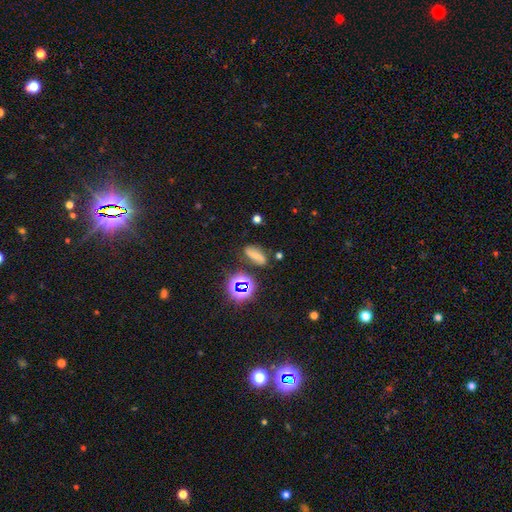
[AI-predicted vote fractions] Q: Smooth or featured?
A: smooth (49%); runner-up: featured or disk (25%)
Q: Merging?
A: none (70%); runner-up: minor disturbance (18%)